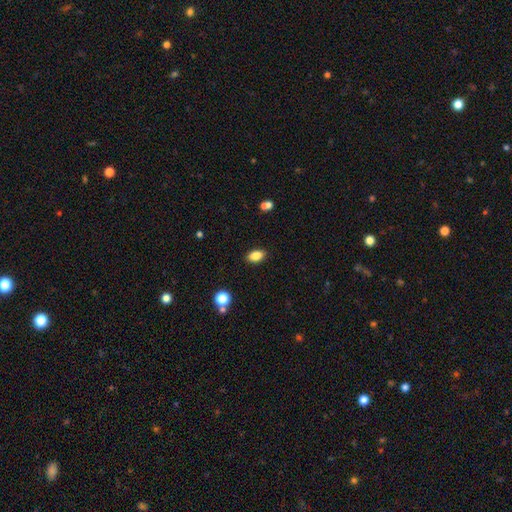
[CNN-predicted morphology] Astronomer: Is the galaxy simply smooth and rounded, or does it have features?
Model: smooth — 86%.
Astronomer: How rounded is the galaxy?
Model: in between — 89%.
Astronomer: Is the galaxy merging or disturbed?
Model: none — 88%.